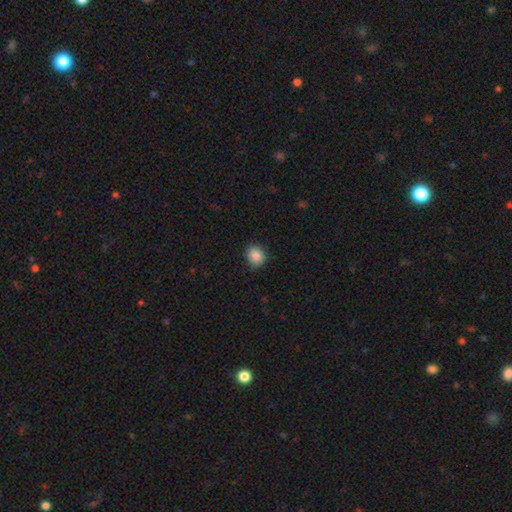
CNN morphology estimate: Smooth or featured? smooth (86%)
How rounded? round (77%)
Merging? none (87%)